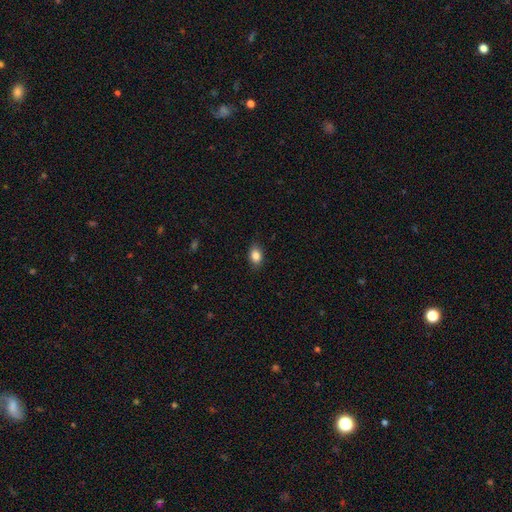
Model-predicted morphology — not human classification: The model was most divided on "how rounded": in between: 77%, round: 21%, cigar-shaped: 1%. More confident: merging — none (85%); smooth or featured — smooth (85%).